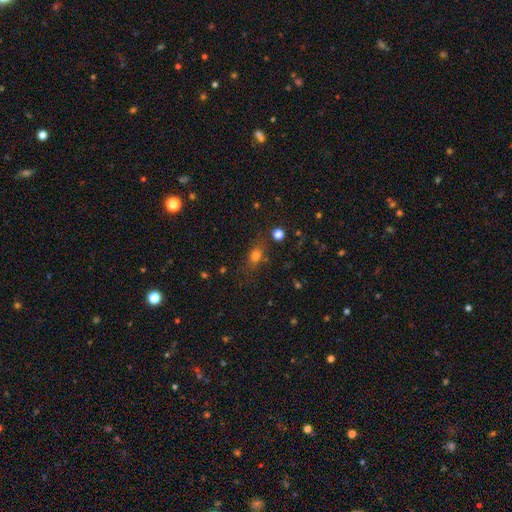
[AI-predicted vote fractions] Smooth or featured: smooth — 73% (star or artifact — 16%)
How rounded: in between — 57% (round — 34%)
Merging: none — 72% (minor disturbance — 17%)